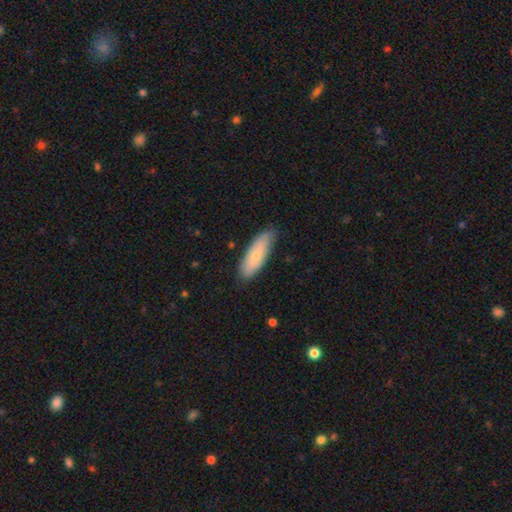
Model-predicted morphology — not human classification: Smooth or featured: smooth — 69% (featured or disk — 25%)
How rounded: in between — 60% (cigar-shaped — 38%)
Merging: none — 80% (minor disturbance — 17%)